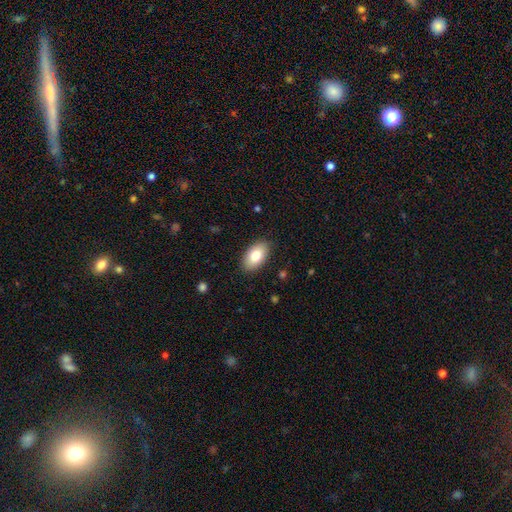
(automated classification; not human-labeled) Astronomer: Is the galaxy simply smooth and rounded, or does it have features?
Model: smooth — 81%.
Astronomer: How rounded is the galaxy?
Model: in between — 94%.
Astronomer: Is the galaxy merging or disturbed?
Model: none — 87%.